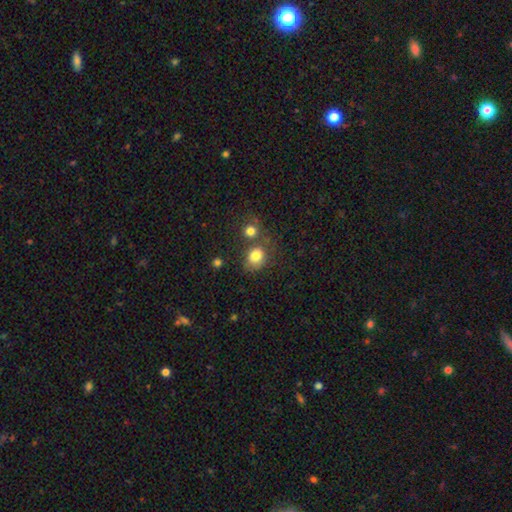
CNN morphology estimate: Smooth or featured: smooth — 81% (star or artifact — 11%)
How rounded: round — 64% (in between — 35%)
Merging: none — 56% (merger — 23%)